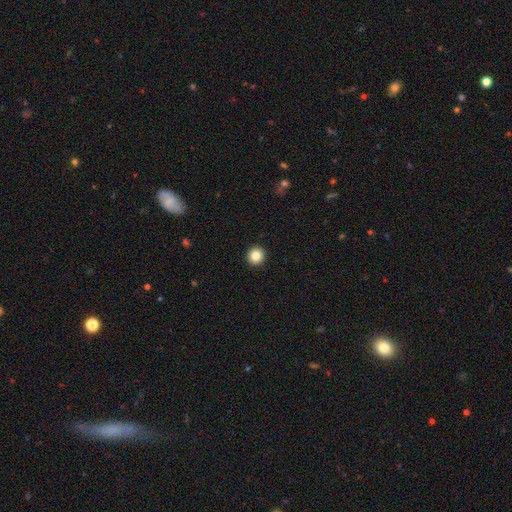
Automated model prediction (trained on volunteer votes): This appears to be a smooth galaxy with no disk features (85%) that is round (95%). Merging: none (94%).